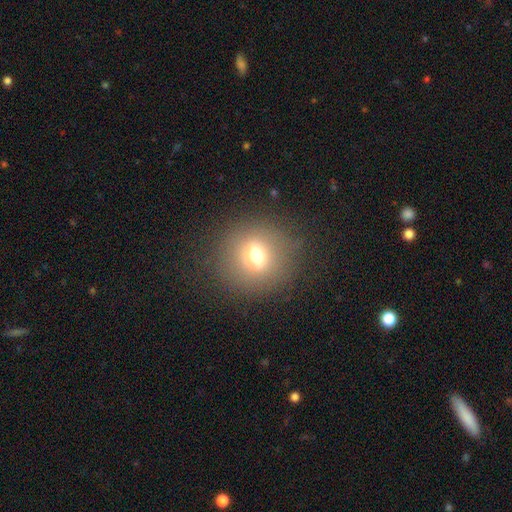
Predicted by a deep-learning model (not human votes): Overall: smooth (62%; featured or disk 22%). How rounded: round (84%). Merging: none (82%).